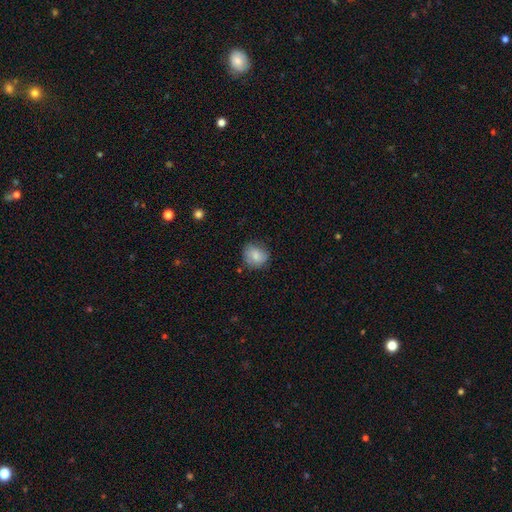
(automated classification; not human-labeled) Smooth or featured?
  - smooth: 80% *
  - featured or disk: 12%
  - star or artifact: 8%
How rounded?
  - round: 77% *
  - in between: 22%
  - cigar-shaped: 1%
Merging?
  - none: 72% *
  - minor disturbance: 21%
  - major disturbance: 5%
  - merger: 2%